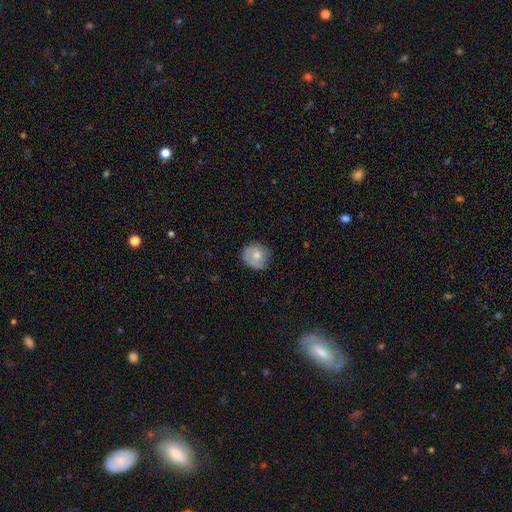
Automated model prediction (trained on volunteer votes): This appears to be a smooth galaxy with no disk features (74%) that is round (86%). Merging: none (75%).